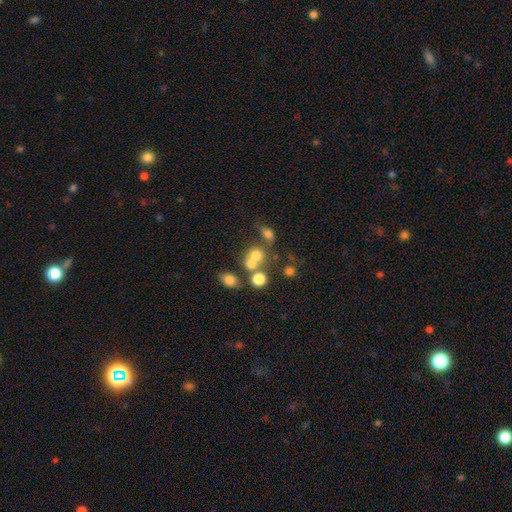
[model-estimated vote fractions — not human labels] Smooth or featured: smooth — 63% (star or artifact — 20%)
How rounded: round — 71% (in between — 28%)
Merging: none — 41% (tied with merger — 41%)